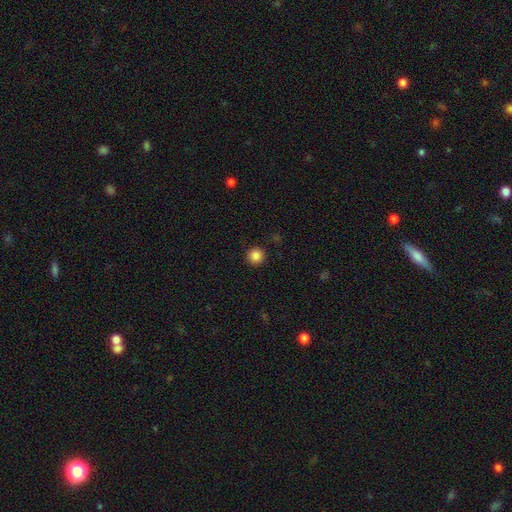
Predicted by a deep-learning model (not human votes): Overall: smooth (85%). How rounded: round (95%). Merging: none (92%).